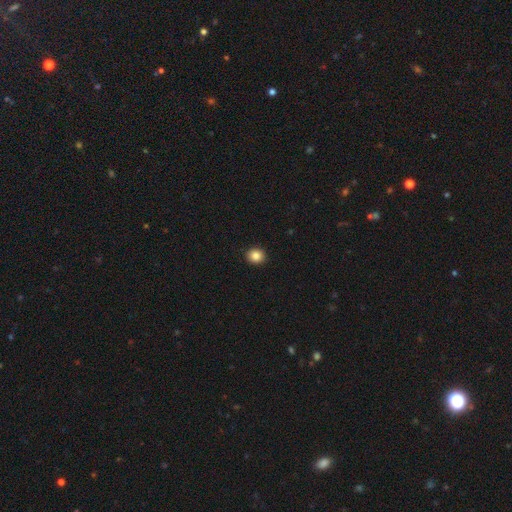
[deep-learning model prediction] Morphology: type=smooth (86%); roundness=round (81%); merging=none (92%).